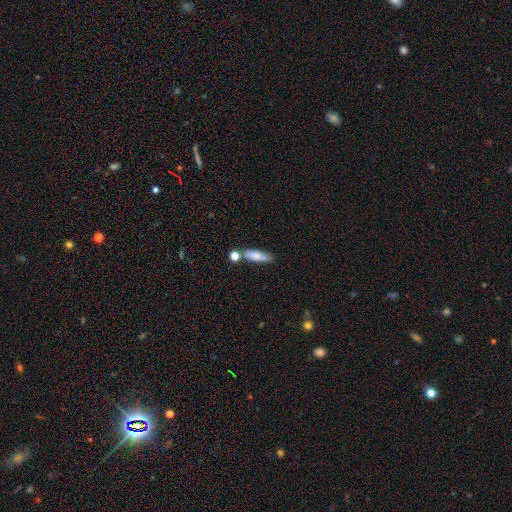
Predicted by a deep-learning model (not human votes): Smooth or featured: smooth — 77% (featured or disk — 16%)
How rounded: cigar-shaped — 55% (in between — 42%)
Merging: none — 69% (minor disturbance — 14%)